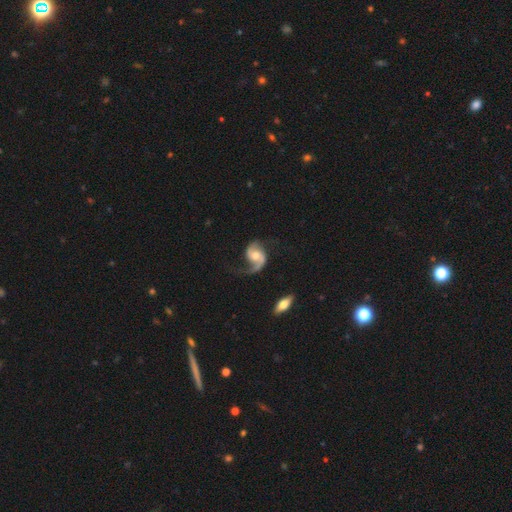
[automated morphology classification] featured or disk 88%, smooth 7%, star or artifact 4%. Down the decision tree: edge-on disk — no (98%); bar — no (56%); spiral arms — yes (97%); spiral arm count — 2 (78%); spiral winding — loose (52%); bulge size — moderate (68%); merging — none (56%).